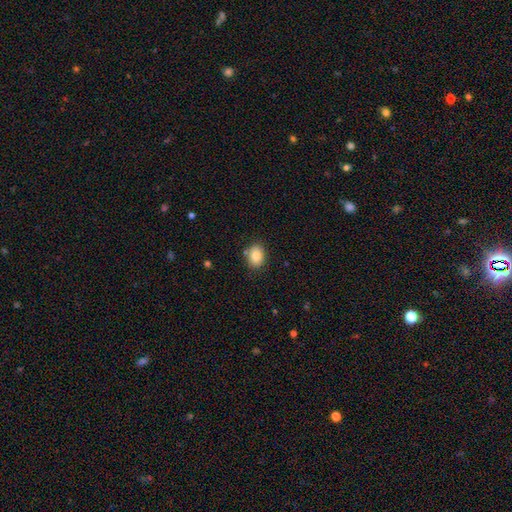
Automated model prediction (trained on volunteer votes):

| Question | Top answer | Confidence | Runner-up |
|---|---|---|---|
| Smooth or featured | smooth | 85% | star or artifact (8%) |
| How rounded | in between | 70% | round (29%) |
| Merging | none | 83% | minor disturbance (11%) |